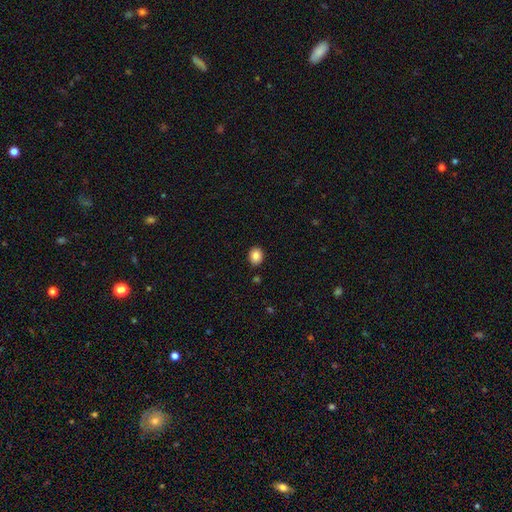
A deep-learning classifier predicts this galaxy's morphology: type=smooth (86%); roundness=round (55%); merging=none (88%).